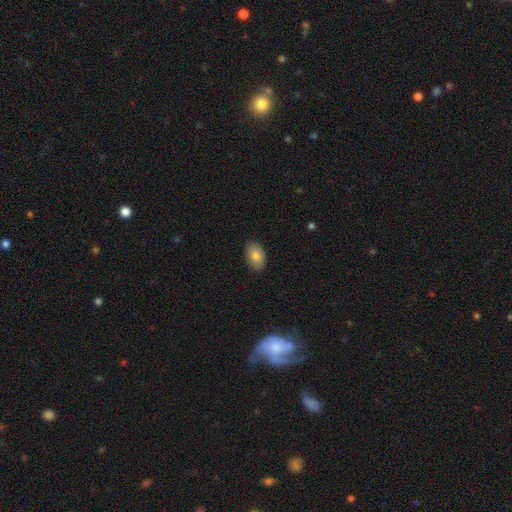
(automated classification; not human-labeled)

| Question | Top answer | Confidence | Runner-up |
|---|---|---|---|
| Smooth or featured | smooth | 83% | featured or disk (10%) |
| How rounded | in between | 90% | round (9%) |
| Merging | none | 88% | minor disturbance (9%) |